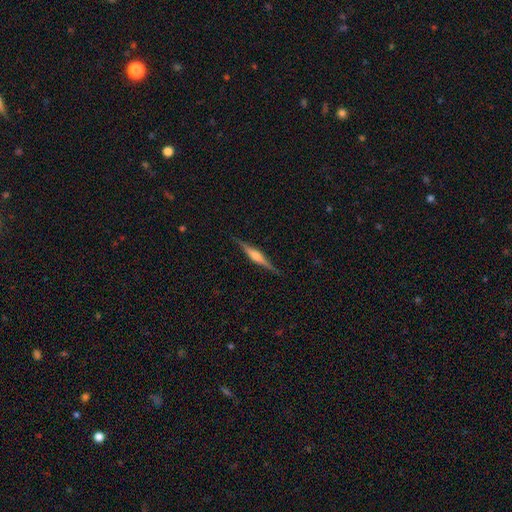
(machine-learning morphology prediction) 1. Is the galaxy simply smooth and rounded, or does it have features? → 77% featured or disk, 17% smooth, 6% star or artifact.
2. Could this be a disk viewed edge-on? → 98% yes, 2% no.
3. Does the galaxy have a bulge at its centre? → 76% rounded, 17% boxy, 7% none.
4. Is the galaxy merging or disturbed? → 89% none, 8% minor disturbance, 2% major disturbance, 1% merger.